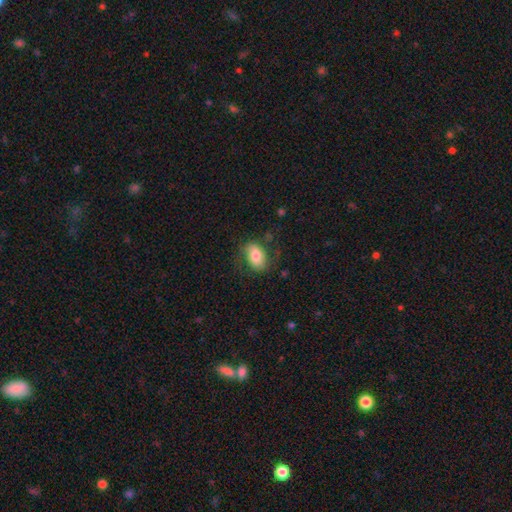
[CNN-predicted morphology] Smooth or featured? smooth (70%)
How rounded? in between (85%)
Merging? none (66%)